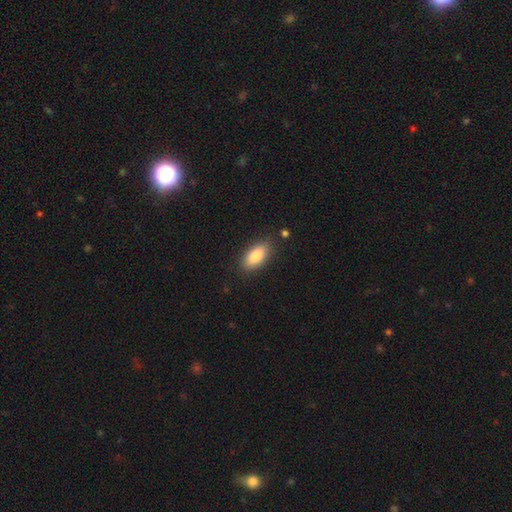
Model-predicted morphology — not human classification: This appears to be a smooth galaxy with no disk features (83%) that is in between round and cigar-shaped (87%). Merging: none (85%).